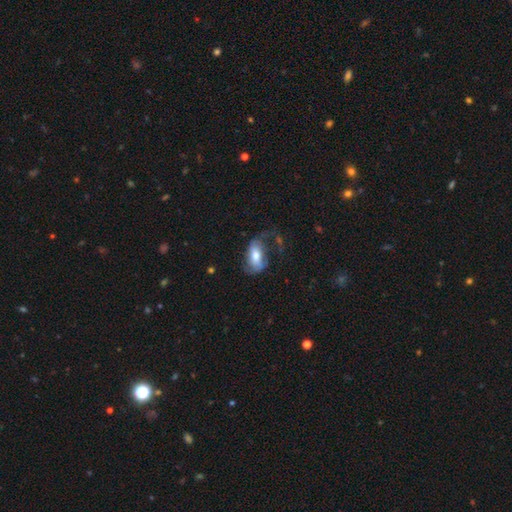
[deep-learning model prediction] Q: Smooth or featured?
A: smooth (53%); runner-up: featured or disk (40%)
Q: How rounded?
A: in between (90%); runner-up: round (6%)
Q: Merging?
A: none (38%); runner-up: major disturbance (36%)